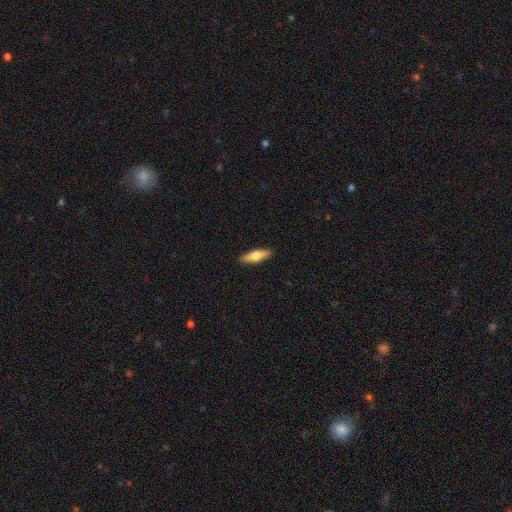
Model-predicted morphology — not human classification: Smooth or featured? smooth (64%)
How rounded? cigar-shaped (57%)
Merging? none (90%)